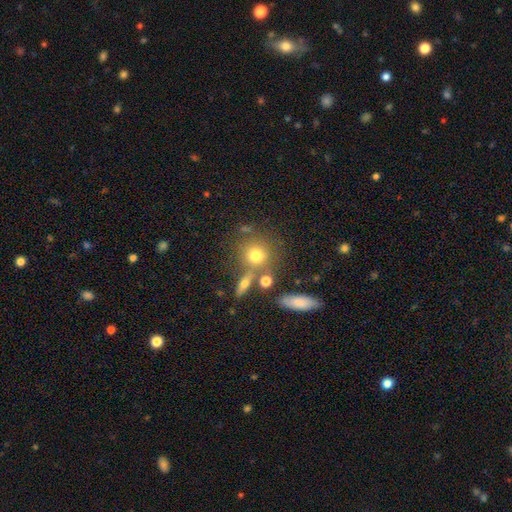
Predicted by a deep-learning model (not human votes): This is likely a smooth galaxy (71%). How rounded: clearly round (84%). Merging: likely none (63%).